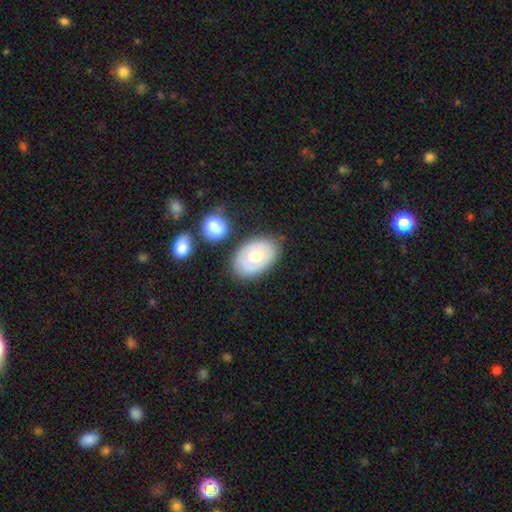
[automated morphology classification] type=smooth (51%); roundness=in between (81%); merging=none (74%).